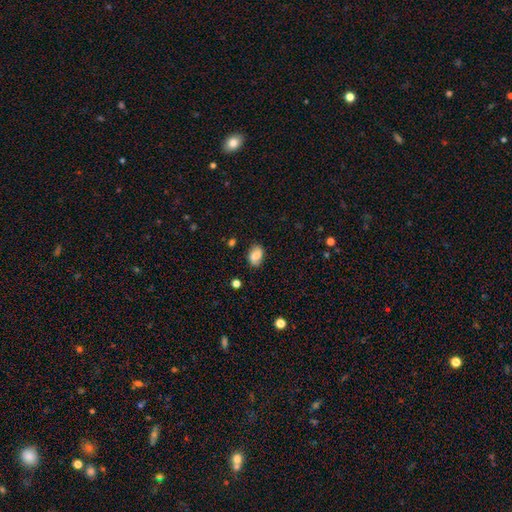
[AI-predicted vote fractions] The model was most divided on "smooth or featured": smooth: 69%, featured or disk: 22%, star or artifact: 9%. More confident: how rounded — in between (83%); merging — none (78%).